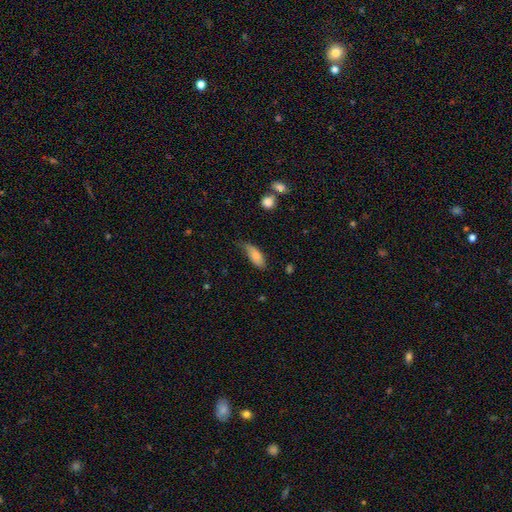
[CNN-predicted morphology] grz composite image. It shows a smooth galaxy with no disk features (78%) that is in between round and cigar-shaped (78%). Merging: none (51%).